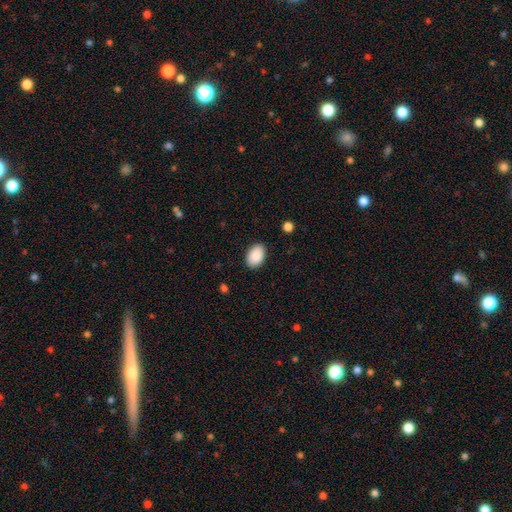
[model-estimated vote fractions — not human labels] smooth 91%, star or artifact 7%, featured or disk 3%. Down the decision tree: how rounded — in between (90%); merging — none (88%).